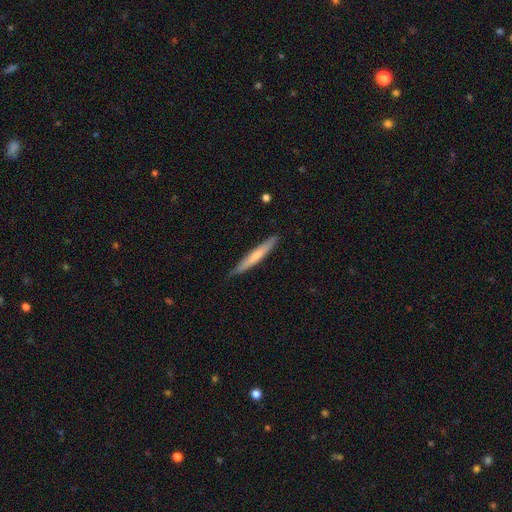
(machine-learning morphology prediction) Overall: smooth (62%; featured or disk 33%). How rounded: cigar-shaped (95%). Merging: none (85%).